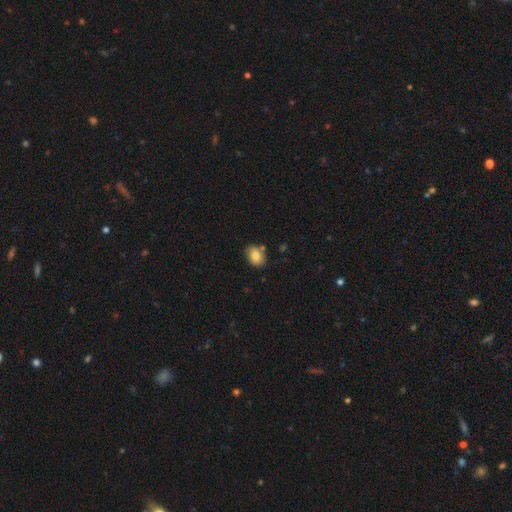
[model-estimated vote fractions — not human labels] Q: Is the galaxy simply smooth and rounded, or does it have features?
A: smooth — 82%.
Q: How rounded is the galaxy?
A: in between — 70%.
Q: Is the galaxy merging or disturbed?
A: none — 76%.